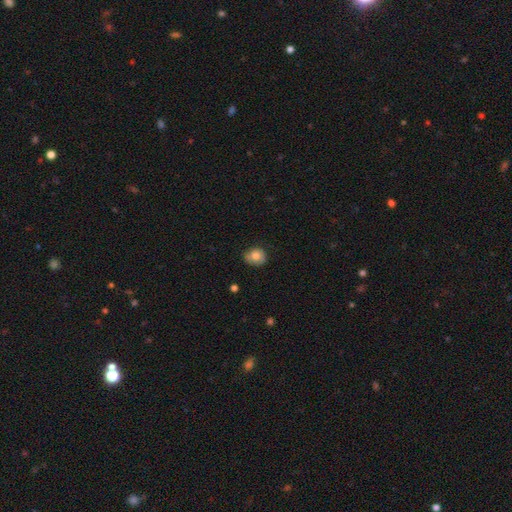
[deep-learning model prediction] The model was most divided on "merging": none: 67%, minor disturbance: 25%, major disturbance: 6%, merger: 2%. More confident: smooth or featured — smooth (73%); how rounded — round (72%).